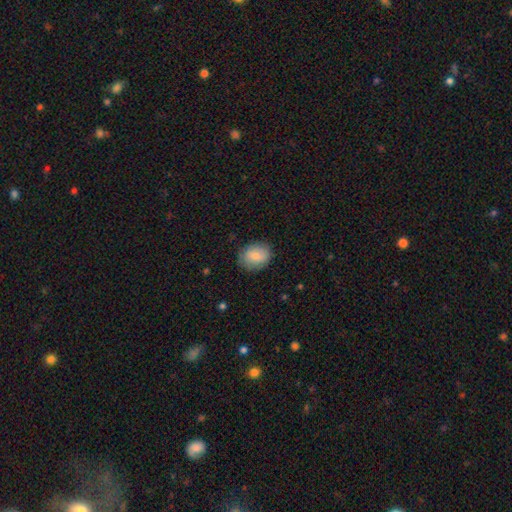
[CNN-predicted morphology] Smooth or featured: smooth — 81% (featured or disk — 12%)
How rounded: in between — 53% (round — 46%)
Merging: none — 83% (minor disturbance — 13%)